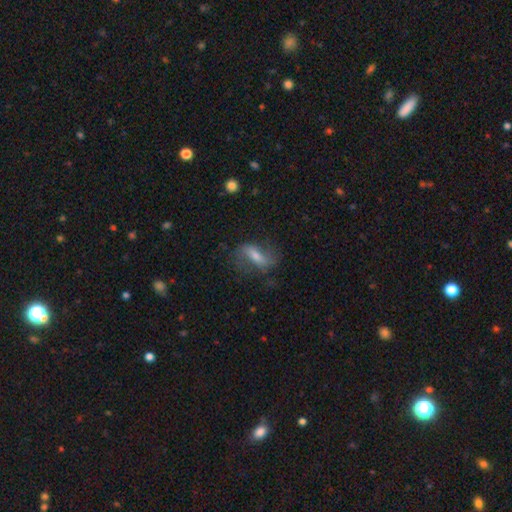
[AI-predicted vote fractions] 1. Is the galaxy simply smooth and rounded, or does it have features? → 59% featured or disk, 32% smooth, 9% star or artifact.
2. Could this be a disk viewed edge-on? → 89% no, 11% yes.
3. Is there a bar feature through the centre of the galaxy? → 38% weak, 36% strong, 25% no.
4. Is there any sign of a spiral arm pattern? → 83% yes, 17% no.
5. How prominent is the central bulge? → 43% moderate, 36% small, 10% none, 9% large, 2% dominant.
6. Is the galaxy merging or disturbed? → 66% none, 20% minor disturbance, 13% major disturbance, 2% merger.